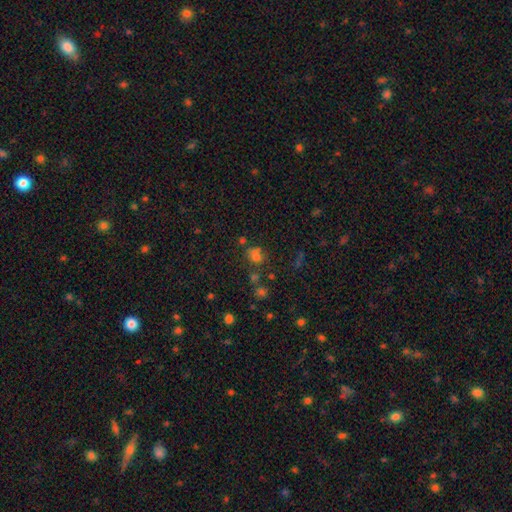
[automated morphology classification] A smooth galaxy with no disk features (59%) that is round (57%). Merging: none (53%).